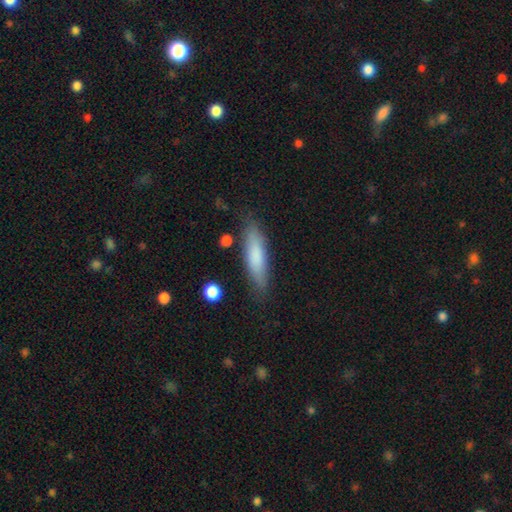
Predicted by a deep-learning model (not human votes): Overall: smooth (79%). How rounded: cigar-shaped (64%; in between 34%). Merging: none (79%).